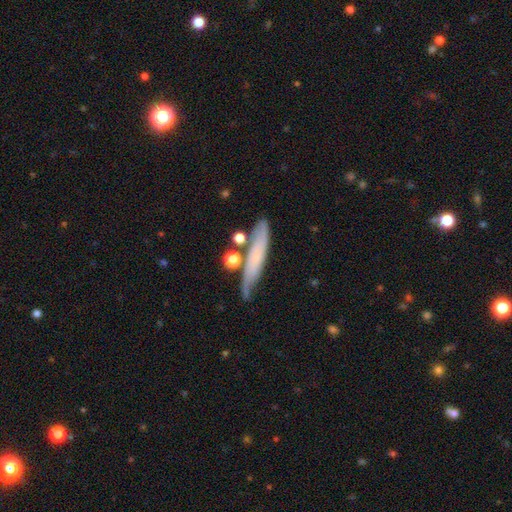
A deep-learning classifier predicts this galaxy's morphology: A smooth galaxy with no disk features (53%) that is cigar-shaped (83%).

Vote fractions:
- Smooth or featured? smooth: 53% / featured or disk: 38% / star or artifact: 8%
- How rounded? cigar-shaped: 83% / in between: 14% / round: 3%
- Merging? none: 61% / minor disturbance: 23% / merger: 9% / major disturbance: 7%